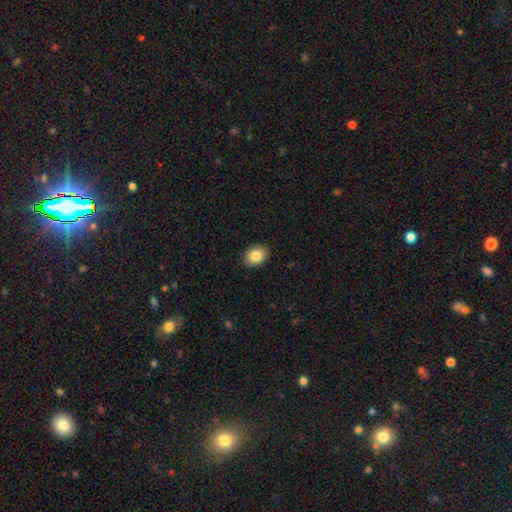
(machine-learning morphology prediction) This appears to be a smooth galaxy with no disk features (85%) that is in between round and cigar-shaped (66%). Merging: none (90%).